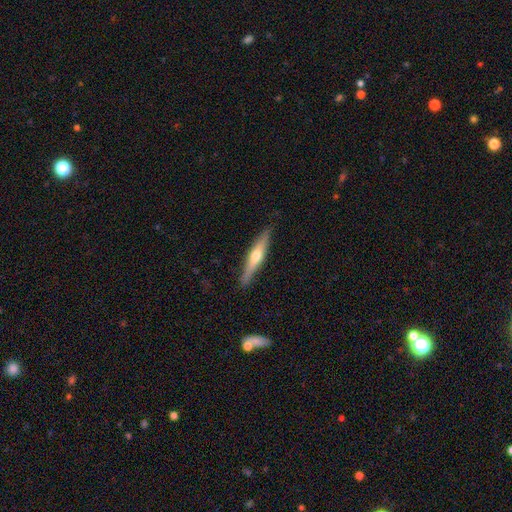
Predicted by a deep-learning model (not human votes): Morphology: type=featured or disk (56%); edge-on=yes (95%); edge-on bulge=rounded (88%); merging=none (87%).